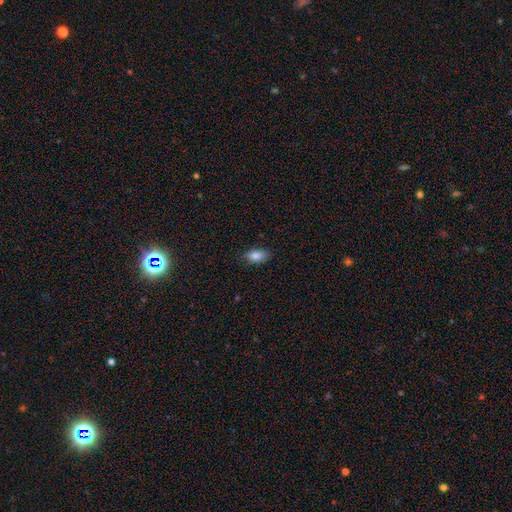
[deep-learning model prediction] This appears to be a smooth galaxy with no disk features (84%) that is in between round and cigar-shaped (87%). Merging: none (80%).